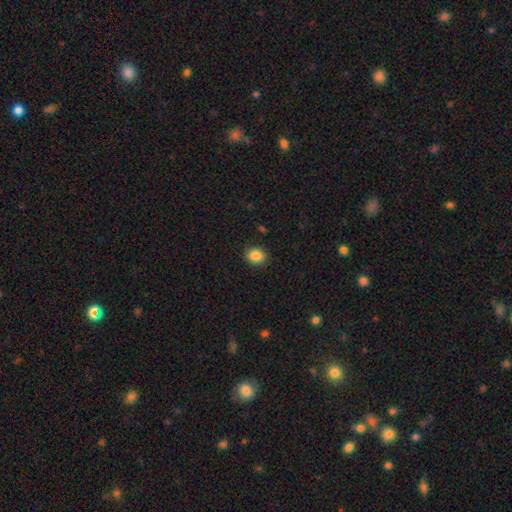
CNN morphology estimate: smooth 87%, star or artifact 10%, featured or disk 4%. Down the decision tree: how rounded — round (62%); merging — none (88%).